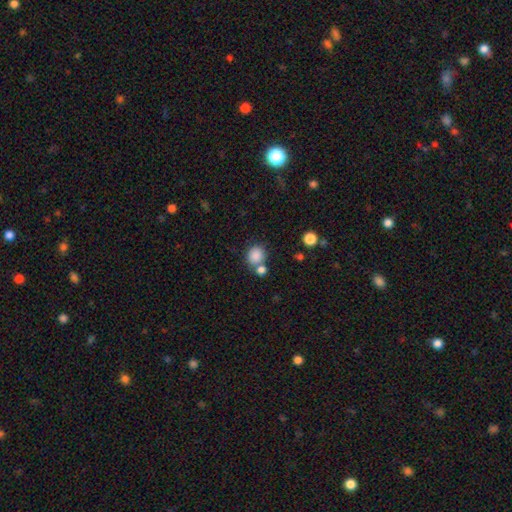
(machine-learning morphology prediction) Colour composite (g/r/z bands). It shows a smooth galaxy with no disk features (85%) that is round (80%). Merging: none (60%).